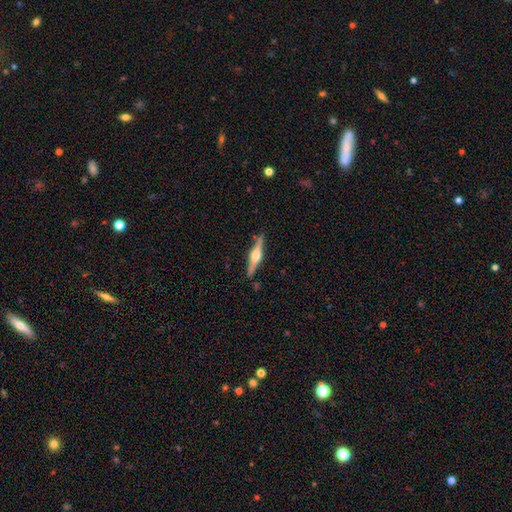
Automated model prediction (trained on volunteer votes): Smooth or featured?
  - featured or disk: 76% *
  - smooth: 19%
  - star or artifact: 5%
Edge-on disk?
  - yes: 98% *
  - no: 2%
Edge-on bulge?
  - rounded: 93% *
  - boxy: 5%
  - none: 2%
Merging?
  - none: 87% *
  - minor disturbance: 9%
  - merger: 2%
  - major disturbance: 2%